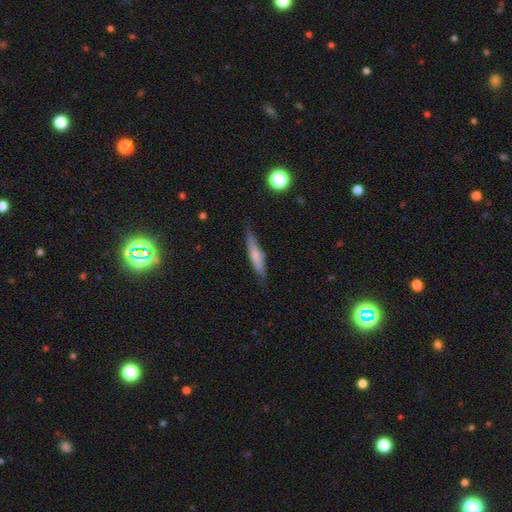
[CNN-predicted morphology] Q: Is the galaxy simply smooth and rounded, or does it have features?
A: smooth — 60%.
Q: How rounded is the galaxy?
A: cigar-shaped — 89%.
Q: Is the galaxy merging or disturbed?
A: none — 79%.